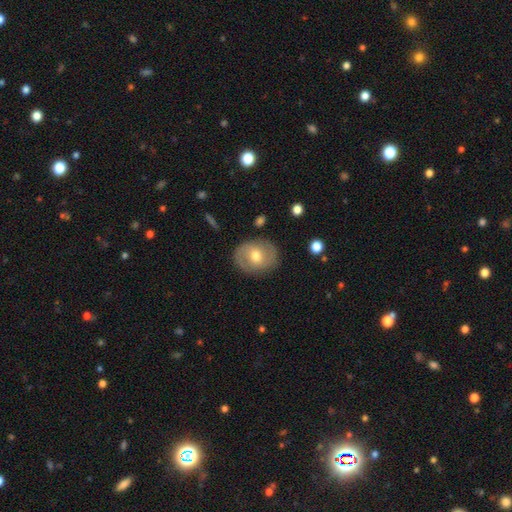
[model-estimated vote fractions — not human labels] Smooth or featured?
  - featured or disk: 49% *
  - smooth: 44%
  - star or artifact: 7%
Merging?
  - none: 83% *
  - minor disturbance: 12%
  - major disturbance: 4%
  - merger: 1%